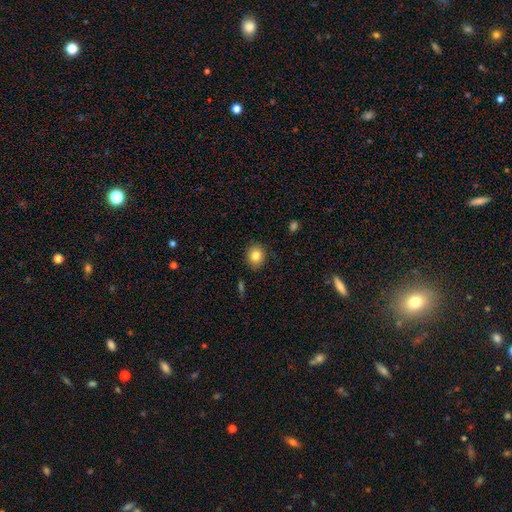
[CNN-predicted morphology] The model was most divided on "how rounded": round: 68%, in between: 31%, cigar-shaped: 1%. More confident: merging — none (89%); smooth or featured — smooth (82%).